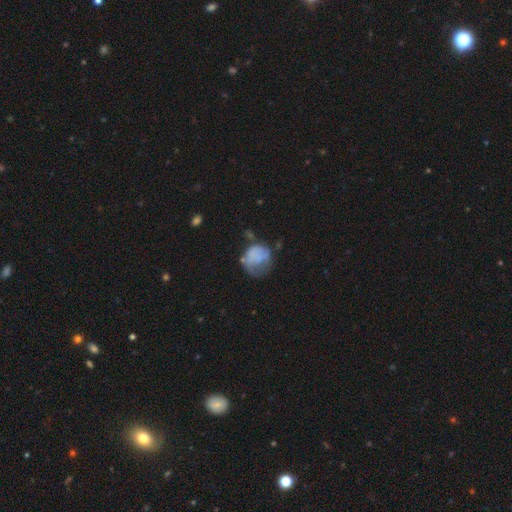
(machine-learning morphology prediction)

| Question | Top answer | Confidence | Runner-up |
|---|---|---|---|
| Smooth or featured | smooth | 57% | featured or disk (33%) |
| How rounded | round | 68% | in between (31%) |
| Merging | major disturbance | 36% | none (31%) |